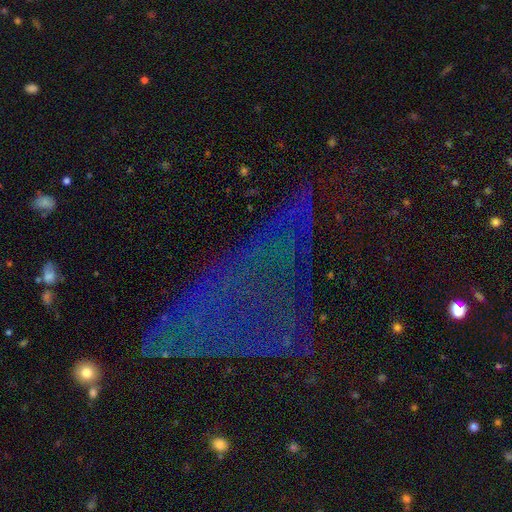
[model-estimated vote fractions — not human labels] This appears to be a star or artifact, not a galaxy (63%).